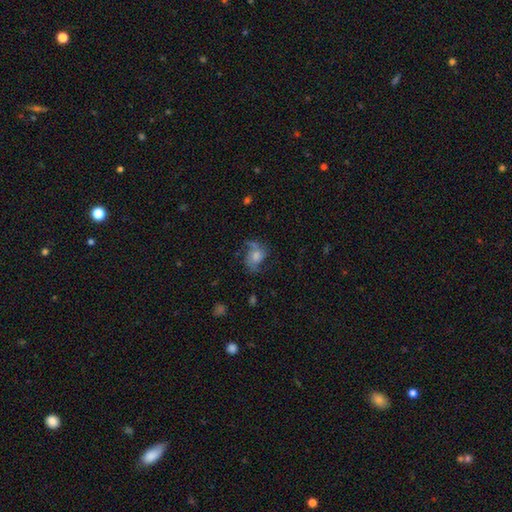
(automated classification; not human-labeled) Overall: featured or disk (51%; smooth 39%). Edge-on disk: no (97%). Merging: none (48%; minor disturbance 25%).